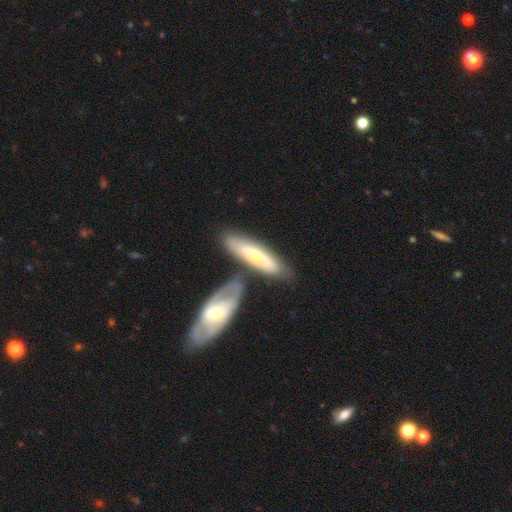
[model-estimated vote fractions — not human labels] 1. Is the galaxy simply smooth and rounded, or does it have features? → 55% smooth, 40% featured or disk, 5% star or artifact.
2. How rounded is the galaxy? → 60% cigar-shaped, 38% in between, 2% round.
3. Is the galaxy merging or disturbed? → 58% none, 24% merger, 14% minor disturbance, 4% major disturbance.